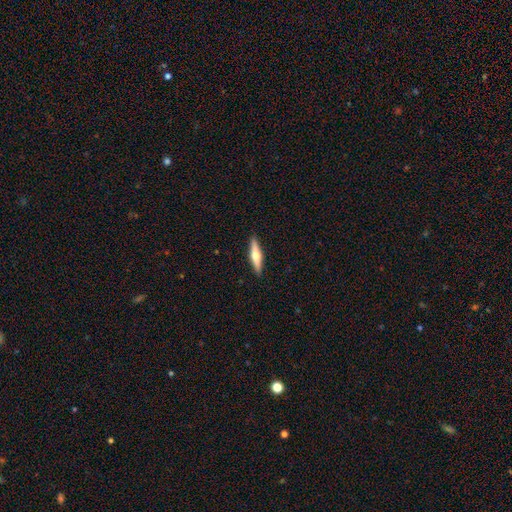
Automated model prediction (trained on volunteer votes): Q: Smooth or featured?
A: featured or disk (56%); runner-up: smooth (39%)
Q: Edge-on disk?
A: yes (96%); runner-up: no (4%)
Q: Edge-on bulge?
A: rounded (93%); runner-up: none (3%)
Q: Merging?
A: none (91%); runner-up: minor disturbance (6%)